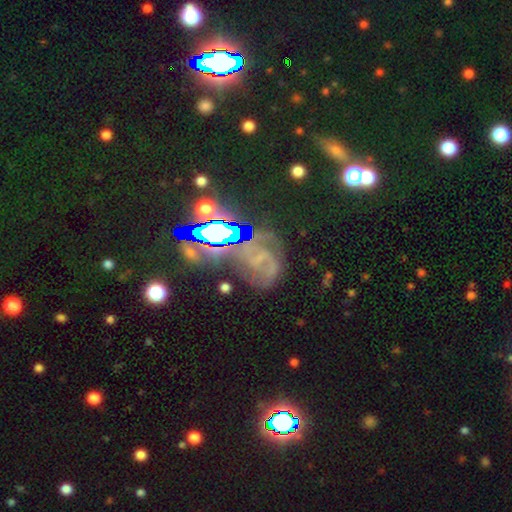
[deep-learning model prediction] The model was most divided on "smooth or featured": star or artifact: 55%, featured or disk: 29%, smooth: 16%.